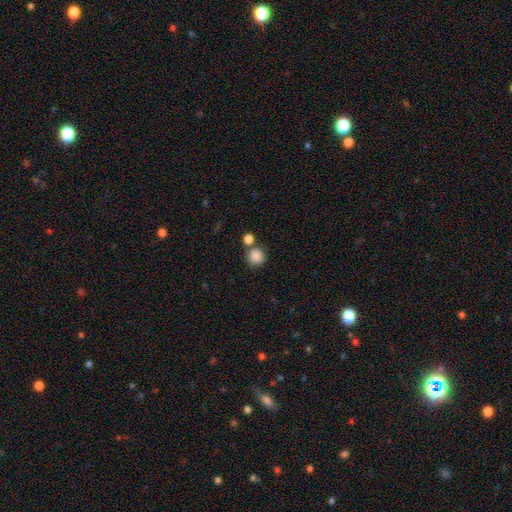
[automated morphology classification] type=smooth (86%); roundness=round (91%); merging=none (68%).